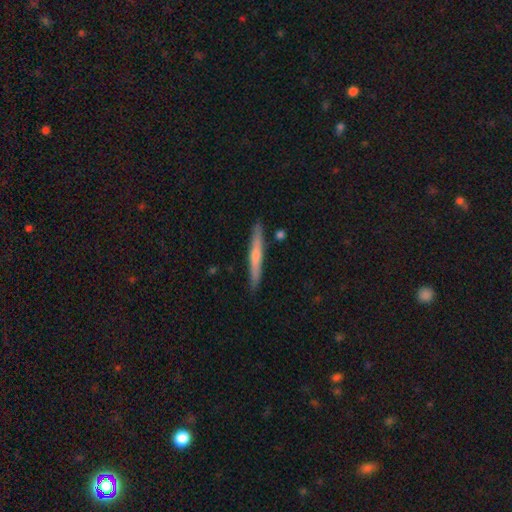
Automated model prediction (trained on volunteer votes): smooth-or-featured: featured or disk: 59% | smooth: 31% | star or artifact: 9%
  disk-edge-on: yes: 96% | no: 4%
    edge-on-bulge: rounded: 67% | none: 27% | boxy: 6%
  merging: none: 89% | minor disturbance: 8% | major disturbance: 2% | merger: 1%